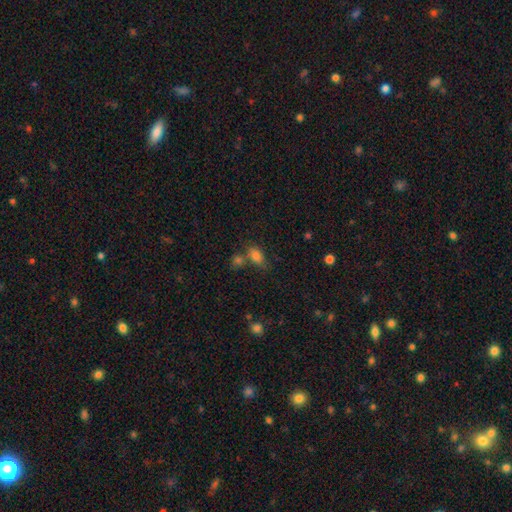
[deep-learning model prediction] Smooth or featured? smooth (80%)
How rounded? in between (84%)
Merging? none (50%)